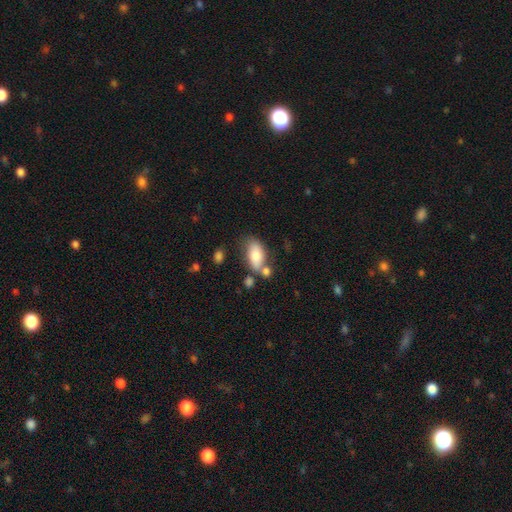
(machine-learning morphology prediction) smooth_or_featured: smooth (p=0.77) [alt: featured or disk p=0.15]
how_rounded: in between (p=0.91) [alt: round p=0.05]
merging: none (p=0.52) [alt: merger p=0.20]